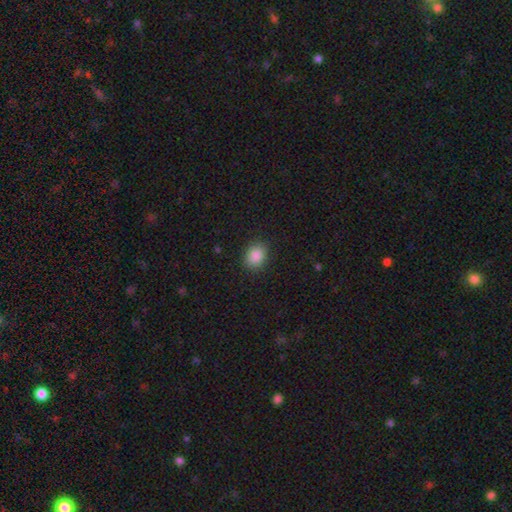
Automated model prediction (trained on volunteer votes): Morphology: type=smooth (87%); roundness=round (52%); merging=none (88%).